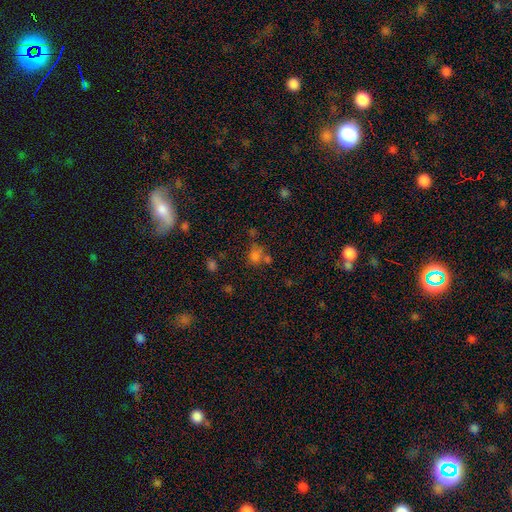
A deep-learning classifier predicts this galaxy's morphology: Overall: smooth (69%). How rounded: round (54%; in between 44%). Merging: none (45%; merger 31%).